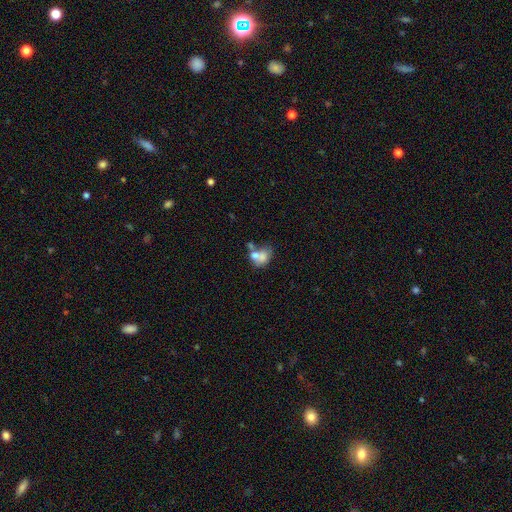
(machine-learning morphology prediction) smooth 62%, featured or disk 27%, star or artifact 11%. Down the decision tree: how rounded — in between (63%); merging — merger (51%).